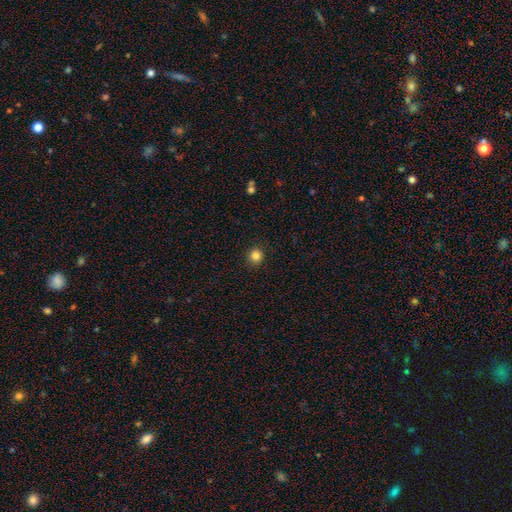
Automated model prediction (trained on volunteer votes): Smooth or featured? smooth (83%)
How rounded? round (90%)
Merging? none (92%)